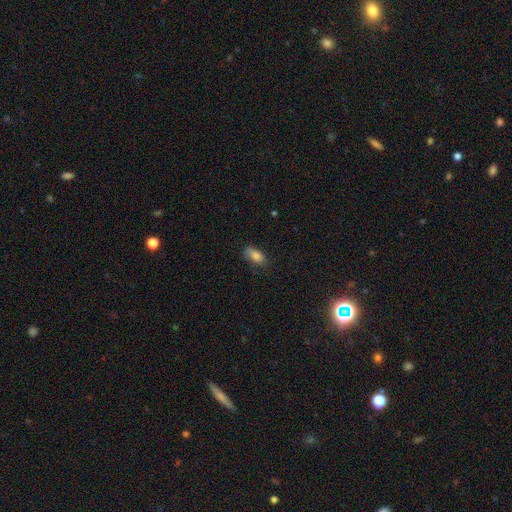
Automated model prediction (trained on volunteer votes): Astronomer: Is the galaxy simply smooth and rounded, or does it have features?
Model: smooth — 81%.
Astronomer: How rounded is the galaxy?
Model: in between — 87%.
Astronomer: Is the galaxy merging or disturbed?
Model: none — 68%.